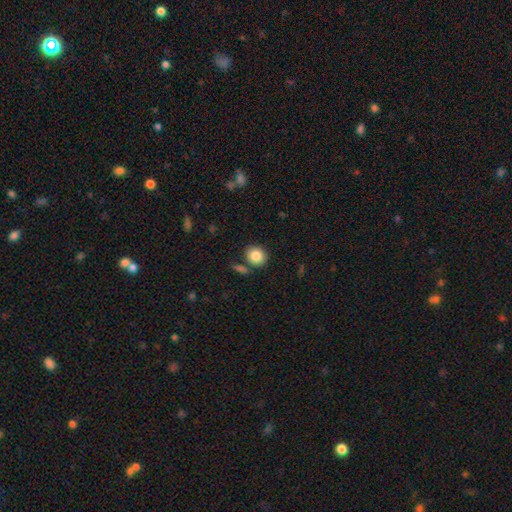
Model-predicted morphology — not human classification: Smooth or featured: smooth — 85% (star or artifact — 8%)
How rounded: round — 76% (in between — 23%)
Merging: none — 78% (minor disturbance — 10%)